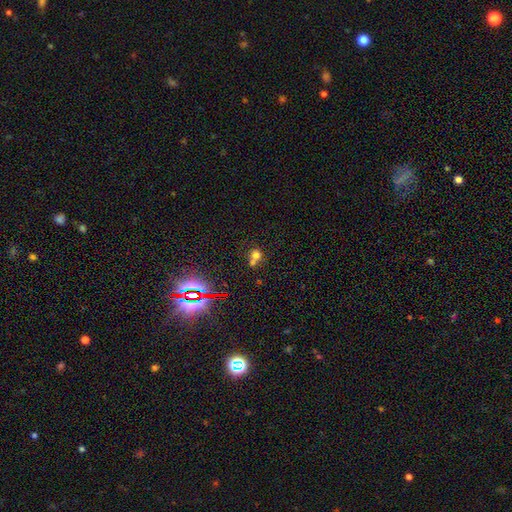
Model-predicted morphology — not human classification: The model was most divided on "merging": merger: 50%, none: 37%, minor disturbance: 8%, major disturbance: 5%. More confident: how rounded — round (76%); smooth or featured — smooth (64%).